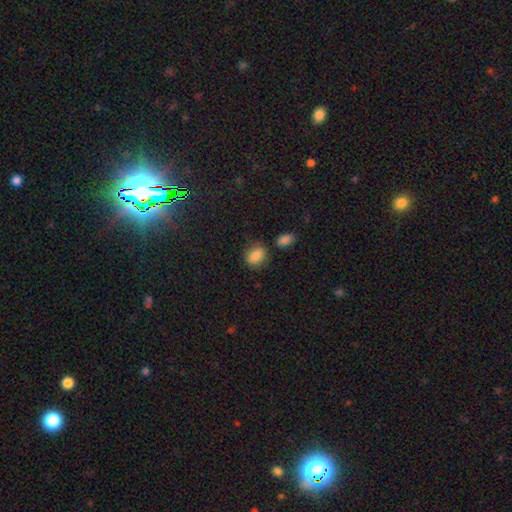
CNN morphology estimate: A smooth galaxy with no disk features (86%) that is in between round and cigar-shaped (64%). Merging: none (74%).